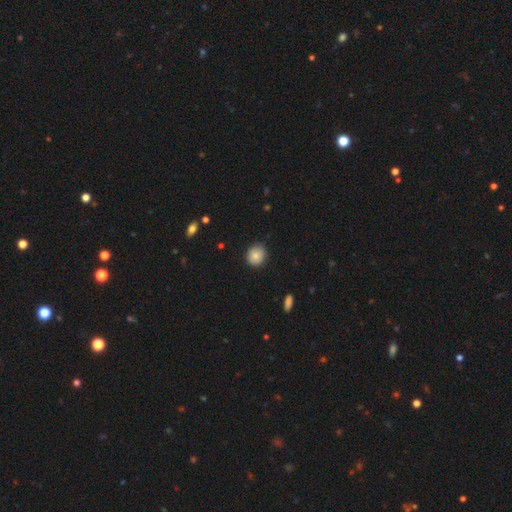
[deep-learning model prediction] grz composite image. It shows a smooth galaxy with no disk features (83%) that is round (82%). Merging: none (85%).